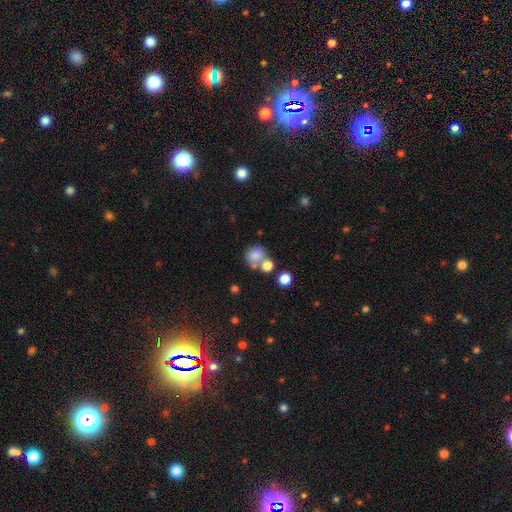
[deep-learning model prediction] smooth 76%, star or artifact 12%, featured or disk 12%. Down the decision tree: how rounded — round (69%); merging — none (44%).